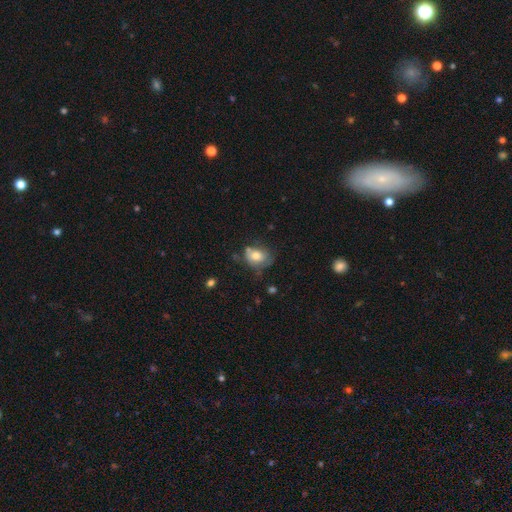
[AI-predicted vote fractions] Morphology: type=smooth (69%); roundness=in between (61%); merging=none (44%).